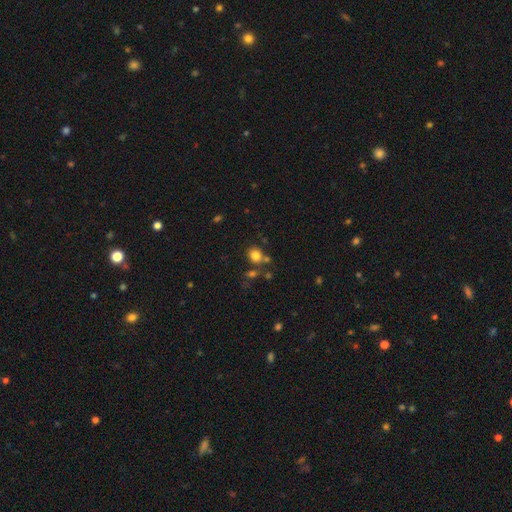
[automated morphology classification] Q: Smooth or featured?
A: smooth (81%); runner-up: star or artifact (12%)
Q: How rounded?
A: round (68%); runner-up: in between (31%)
Q: Merging?
A: none (69%); runner-up: merger (14%)